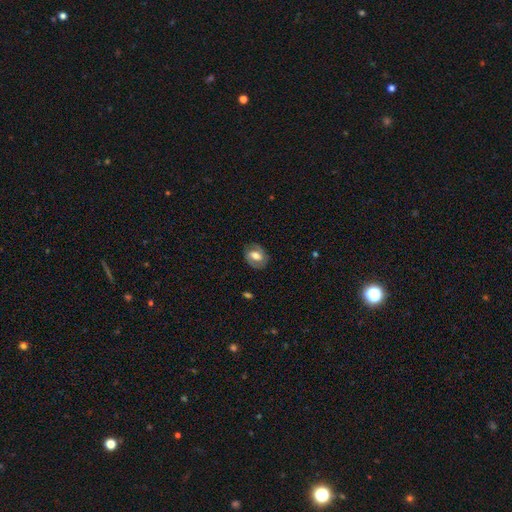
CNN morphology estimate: Overall: featured or disk (55%; smooth 38%). Edge-on disk: no (95%). Bar: weak (43%; no 33%). Spiral arms: yes (67%; no 33%). Bulge size: moderate (56%; large 30%). Merging: none (78%).